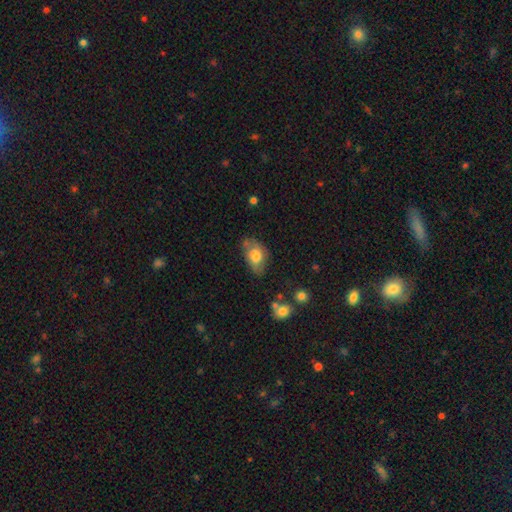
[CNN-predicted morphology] This is likely a smooth galaxy (64%). How rounded: clearly in between (88%). Merging: possibly none (50%).